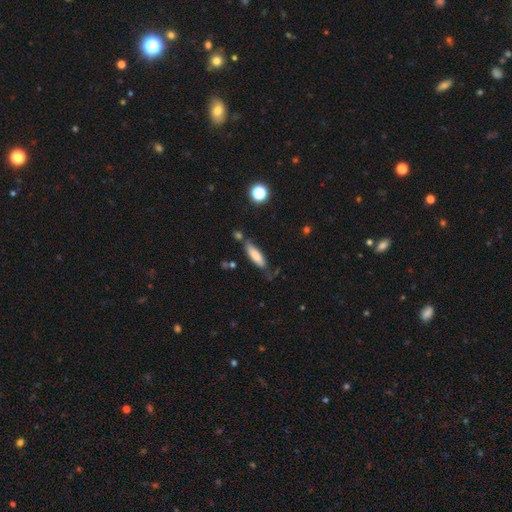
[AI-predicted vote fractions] smooth-or-featured: smooth: 78% | featured or disk: 15% | star or artifact: 7%
  how-rounded: cigar-shaped: 57% | in between: 41% | round: 2%
  merging: none: 62% | minor disturbance: 24% | merger: 7% | major disturbance: 7%